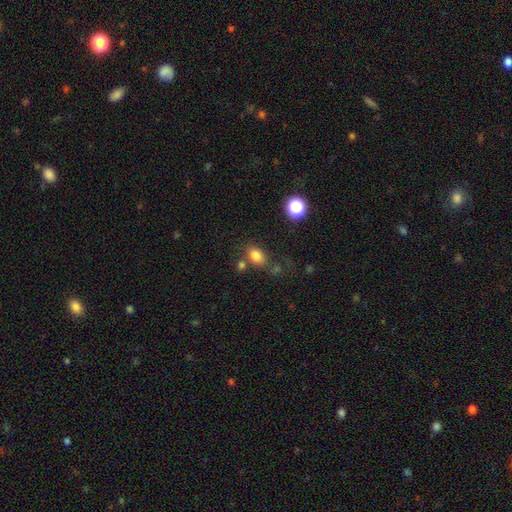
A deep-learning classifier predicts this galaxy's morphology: Q: Smooth or featured?
A: smooth (80%); runner-up: star or artifact (13%)
Q: How rounded?
A: in between (72%); runner-up: round (27%)
Q: Merging?
A: none (63%); runner-up: minor disturbance (15%)